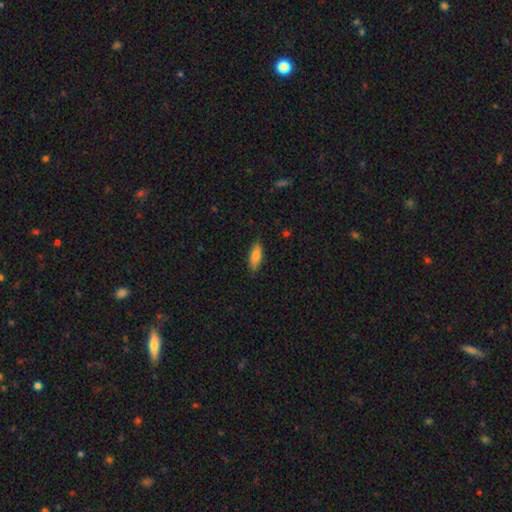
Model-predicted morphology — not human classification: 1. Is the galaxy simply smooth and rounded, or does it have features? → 78% smooth, 15% featured or disk, 6% star or artifact.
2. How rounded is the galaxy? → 64% in between, 34% cigar-shaped, 2% round.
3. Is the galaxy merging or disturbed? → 83% none, 13% minor disturbance, 2% major disturbance, 1% merger.